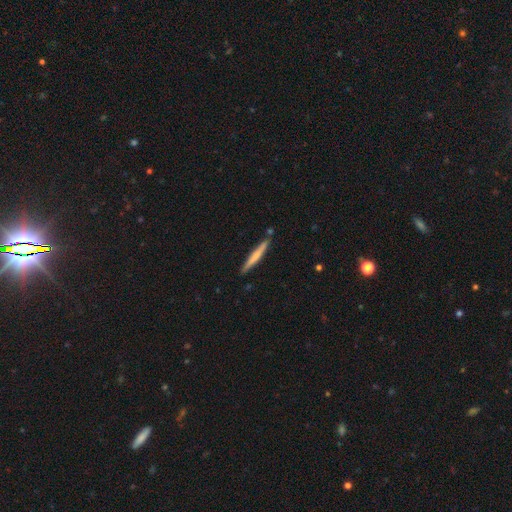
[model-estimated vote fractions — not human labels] Smooth or featured? smooth (57%)
How rounded? cigar-shaped (96%)
Merging? none (86%)